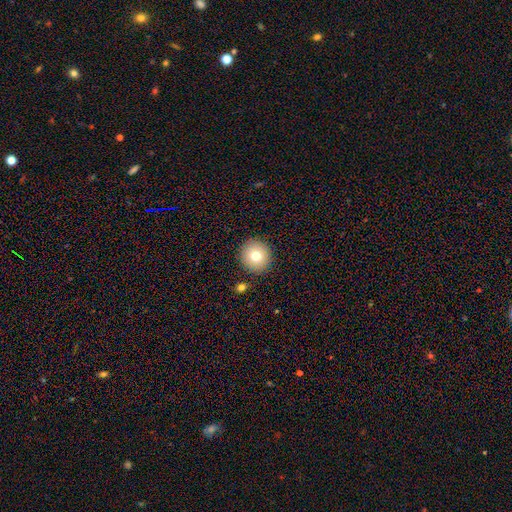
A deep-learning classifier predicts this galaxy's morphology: smooth-or-featured: smooth: 76% | featured or disk: 13% | star or artifact: 11%
  how-rounded: round: 93% | in between: 6% | cigar-shaped: 1%
  merging: none: 90% | minor disturbance: 6% | merger: 2% | major disturbance: 2%